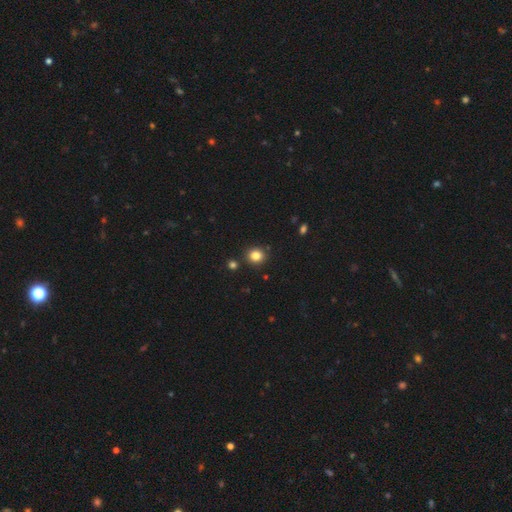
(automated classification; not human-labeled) This appears to be a smooth galaxy with no disk features (83%) that is round (87%). Merging: none (87%).